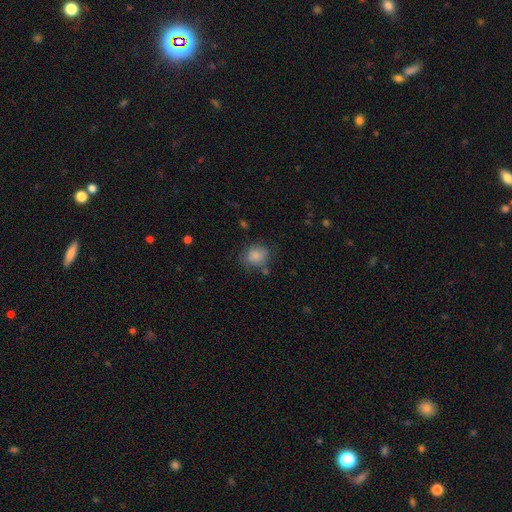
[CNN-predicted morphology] This is clearly a smooth galaxy (84%). How rounded: likely round (68%). Merging: likely none (68%).